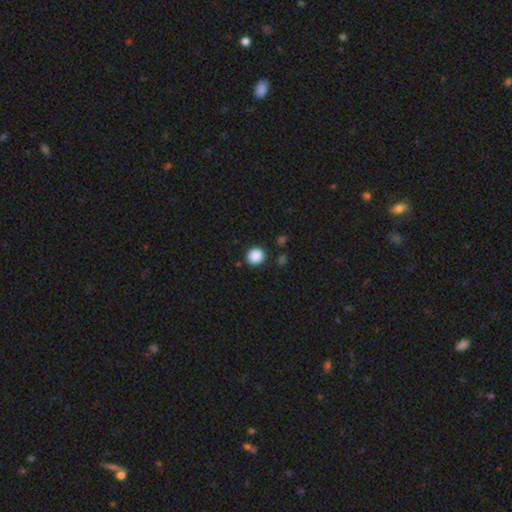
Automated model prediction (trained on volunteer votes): A smooth galaxy with no disk features (88%) that is round (87%).

Vote fractions:
- Smooth or featured? smooth: 88% / star or artifact: 9% / featured or disk: 3%
- How rounded? round: 87% / in between: 12% / cigar-shaped: 1%
- Merging? none: 88% / minor disturbance: 7% / major disturbance: 3% / merger: 3%